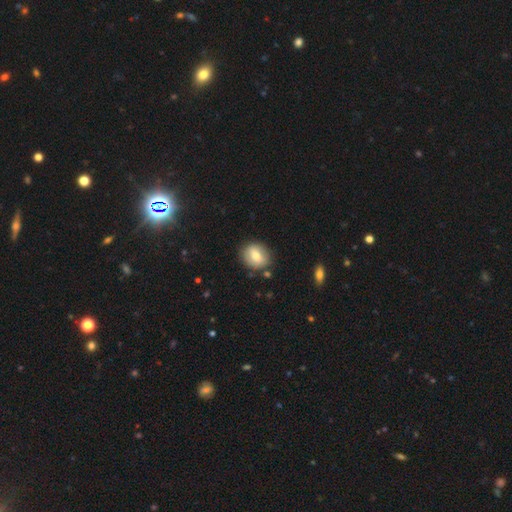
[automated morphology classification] Smooth or featured?
  - smooth: 70% *
  - featured or disk: 22%
  - star or artifact: 8%
How rounded?
  - round: 62% *
  - in between: 37%
  - cigar-shaped: 1%
Merging?
  - none: 82% *
  - minor disturbance: 12%
  - major disturbance: 3%
  - merger: 3%